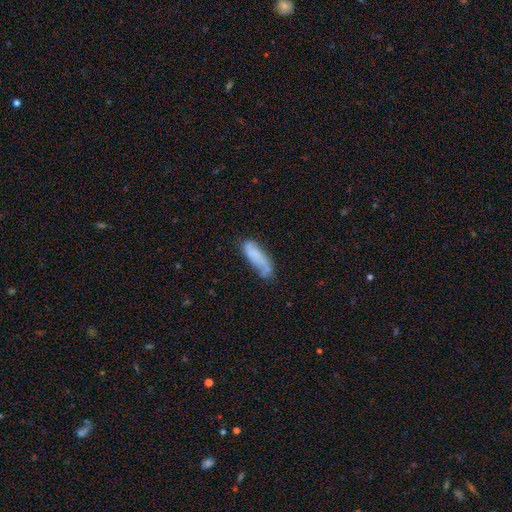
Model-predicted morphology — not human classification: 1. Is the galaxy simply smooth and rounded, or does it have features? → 64% smooth, 29% featured or disk, 8% star or artifact.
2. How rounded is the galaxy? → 50% cigar-shaped, 48% in between, 2% round.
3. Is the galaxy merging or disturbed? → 52% none, 31% minor disturbance, 12% major disturbance, 6% merger.